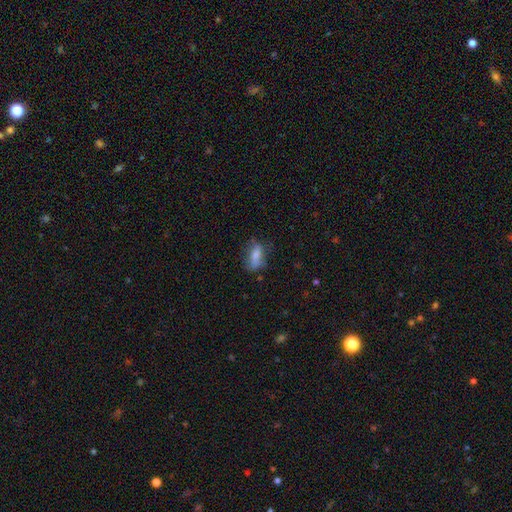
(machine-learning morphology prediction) A smooth galaxy with no disk features (69%) that is in between round and cigar-shaped (80%).

Vote fractions:
- Smooth or featured? smooth: 69% / featured or disk: 22% / star or artifact: 9%
- How rounded? in between: 80% / cigar-shaped: 14% / round: 7%
- Merging? none: 60% / minor disturbance: 27% / major disturbance: 11% / merger: 3%